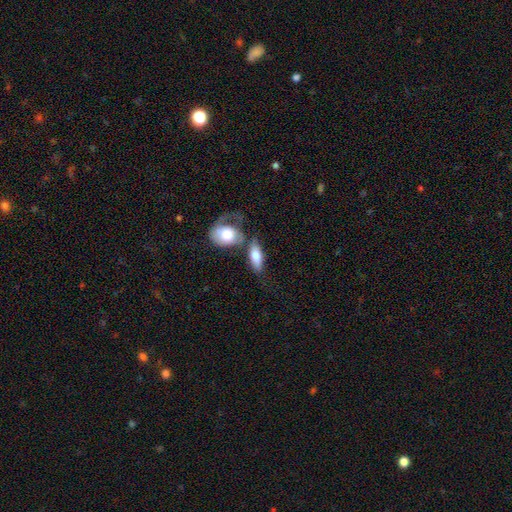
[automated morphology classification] Overall: smooth (69%). How rounded: in between (78%). Merging: none (42%; merger 33%).